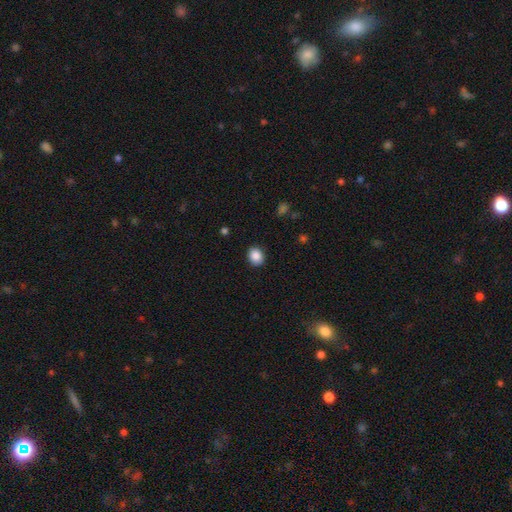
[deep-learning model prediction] Smooth or featured?
  - smooth: 87% *
  - star or artifact: 8%
  - featured or disk: 4%
How rounded?
  - round: 59% *
  - in between: 41%
  - cigar-shaped: 1%
Merging?
  - none: 90% *
  - minor disturbance: 7%
  - major disturbance: 2%
  - merger: 1%